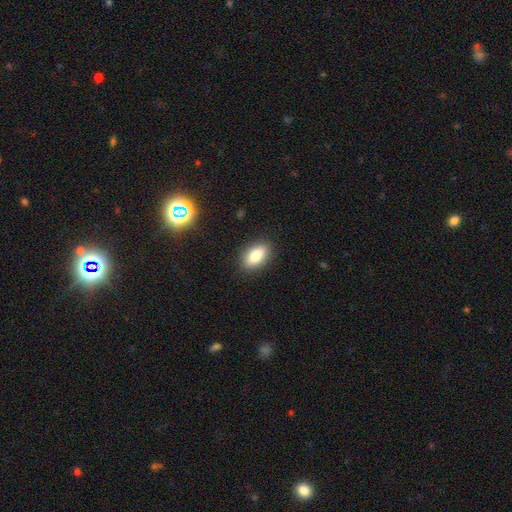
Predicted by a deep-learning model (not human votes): smooth_or_featured: smooth (p=0.81) [alt: featured or disk p=0.11]
how_rounded: in between (p=0.87) [alt: round p=0.07]
merging: none (p=0.87) [alt: minor disturbance p=0.09]